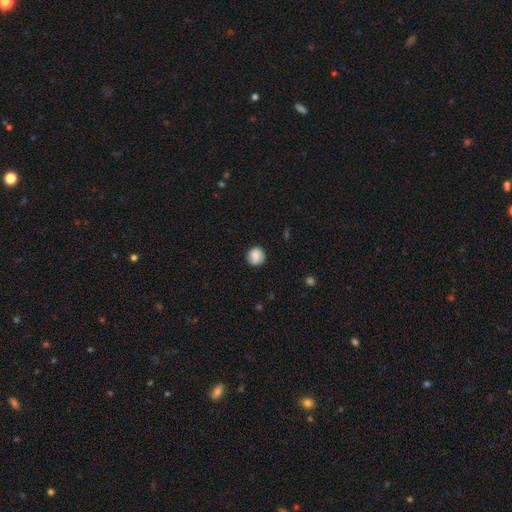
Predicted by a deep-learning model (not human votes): smooth-or-featured: smooth: 85% | star or artifact: 8% | featured or disk: 7%
  how-rounded: round: 90% | in between: 9% | cigar-shaped: 1%
  merging: none: 81% | minor disturbance: 14% | major disturbance: 3% | merger: 1%